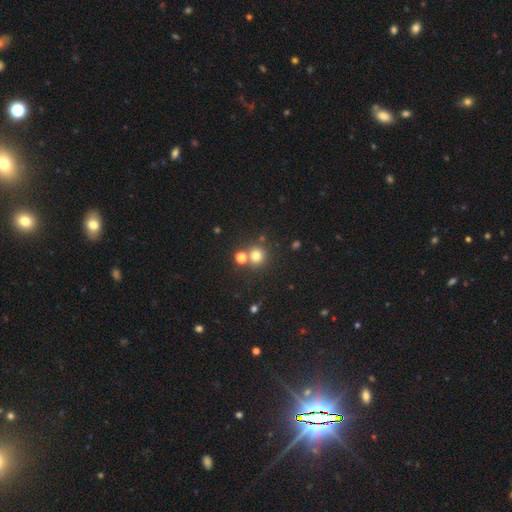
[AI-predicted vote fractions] Smooth or featured? smooth (75%)
How rounded? round (91%)
Merging? none (68%)